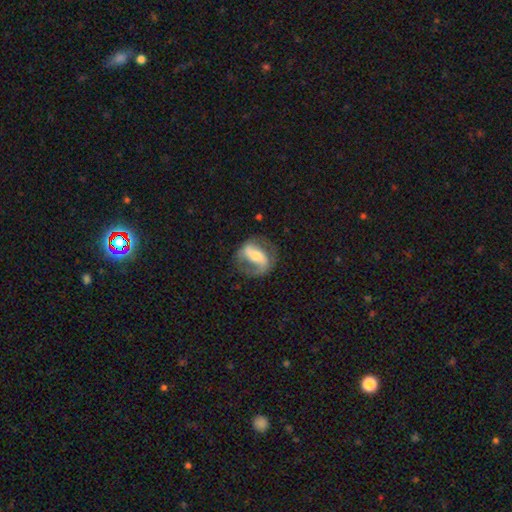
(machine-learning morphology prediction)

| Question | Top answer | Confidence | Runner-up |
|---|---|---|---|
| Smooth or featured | featured or disk | 73% | smooth (21%) |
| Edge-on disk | no | 95% | yes (5%) |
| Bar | strong | 46% | weak (31%) |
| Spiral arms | yes | 83% | no (17%) |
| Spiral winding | medium | 44% | loose (34%) |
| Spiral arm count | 2 | 77% | 1 (13%) |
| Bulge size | moderate | 54% | small (32%) |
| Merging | none | 65% | minor disturbance (19%) |